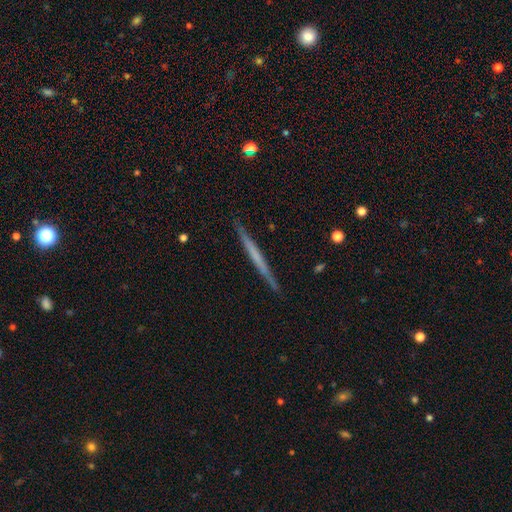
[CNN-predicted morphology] featured or disk 52%, smooth 43%, star or artifact 5%. Down the decision tree: edge-on disk — yes (97%); edge-on bulge — none (90%); merging — none (91%).